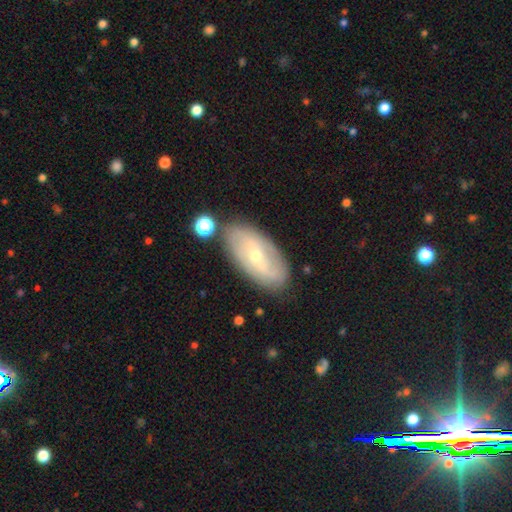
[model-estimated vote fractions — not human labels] This is likely a featured or disk galaxy (64%). It is clearly not viewed edge-on (88%). Bar: marginally weak (42%). Spiral arm pattern: likely yes (68%). Central bulge: possibly small (59%). Merging: likely none (79%).